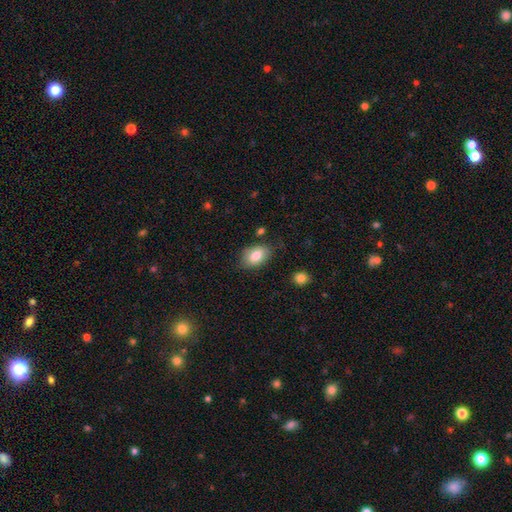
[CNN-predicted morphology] A smooth galaxy with no disk features (82%) that is in between round and cigar-shaped (88%).

Vote fractions:
- Smooth or featured? smooth: 82% / featured or disk: 10% / star or artifact: 7%
- How rounded? in between: 88% / round: 11% / cigar-shaped: 1%
- Merging? none: 78% / minor disturbance: 16% / major disturbance: 4% / merger: 2%